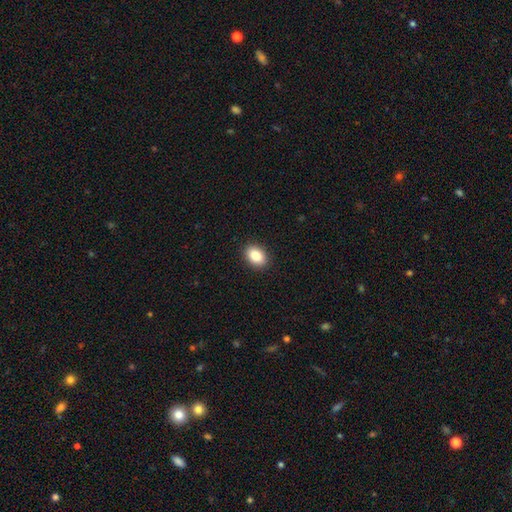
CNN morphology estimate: smooth 87%, star or artifact 8%, featured or disk 5%. Down the decision tree: how rounded — in between (81%); merging — none (91%).